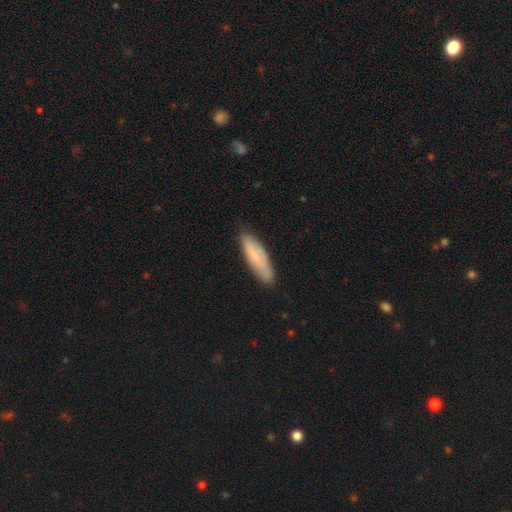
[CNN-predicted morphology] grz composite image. It shows a smooth galaxy with no disk features (70%) that is cigar-shaped (60%). Merging: none (80%).